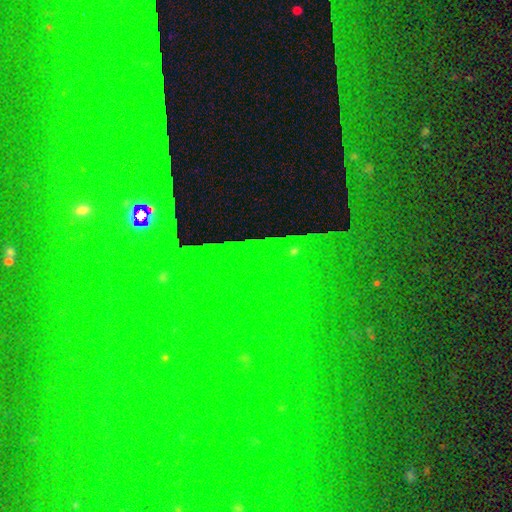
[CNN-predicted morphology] A star or artifact, not a galaxy (83%).

Vote fractions:
- Smooth or featured? star or artifact: 83% / featured or disk: 9% / smooth: 8%